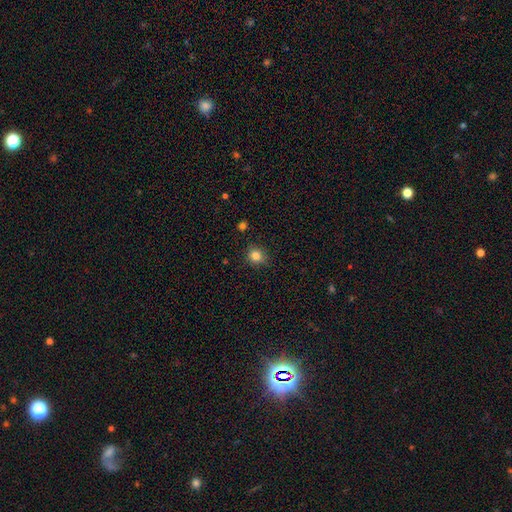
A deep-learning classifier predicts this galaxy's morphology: This appears to be a smooth galaxy with no disk features (83%) that is round (83%). Merging: none (85%).